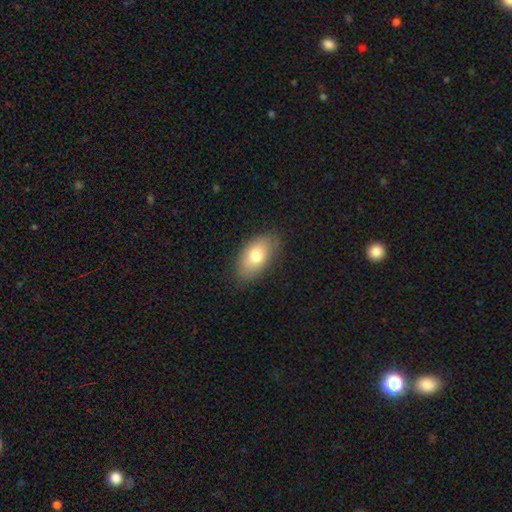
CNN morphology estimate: Smooth or featured? smooth (74%)
How rounded? in between (90%)
Merging? none (83%)